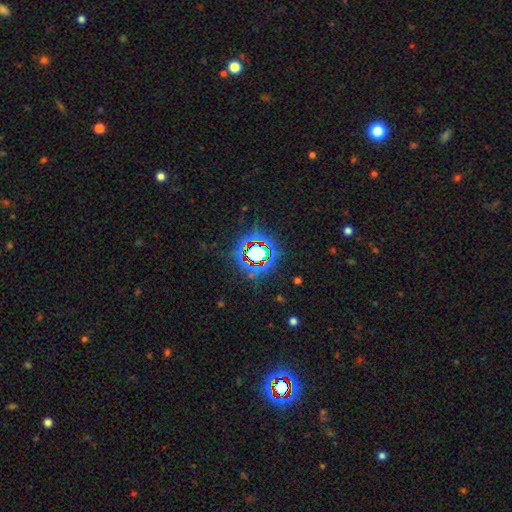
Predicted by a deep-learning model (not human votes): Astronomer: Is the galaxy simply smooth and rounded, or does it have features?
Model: star or artifact — 73%.